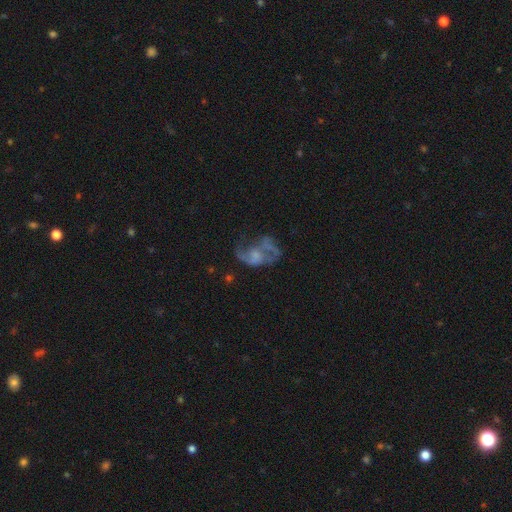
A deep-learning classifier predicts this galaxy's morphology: The model was most divided on "bulge size": none: 36%, small: 31%, moderate: 25%, large: 6%, dominant: 2%. Remaining: edge-on disk — no (97%); bar — no (70%); smooth or featured — featured or disk (66%); spiral arms — yes (58%); merging — major disturbance (39%).